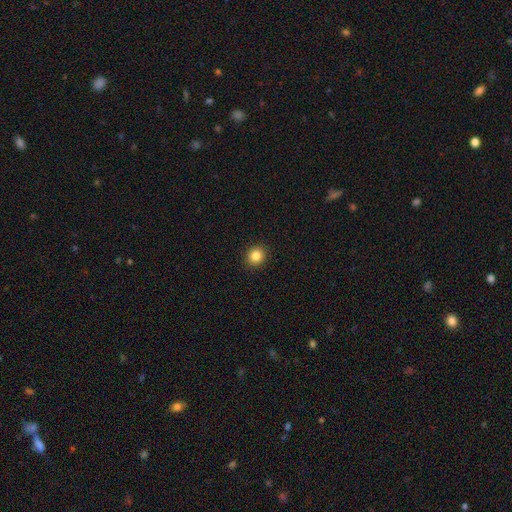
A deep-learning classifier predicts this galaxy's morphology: This appears to be a smooth galaxy with no disk features (84%) that is round (83%). Merging: none (92%).